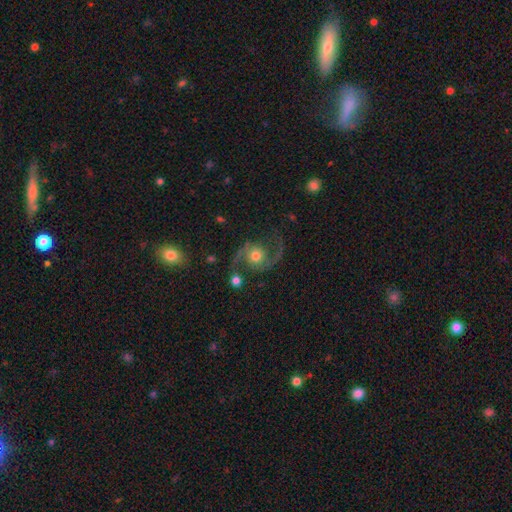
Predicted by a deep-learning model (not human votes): Smooth or featured? featured or disk (86%)
Edge-on disk? no (98%)
Bar? no (72%)
Spiral arms? yes (97%)
Spiral winding? loose (51%)
Spiral arm count? 2 (94%)
Bulge size? moderate (65%)
Merging? none (71%)